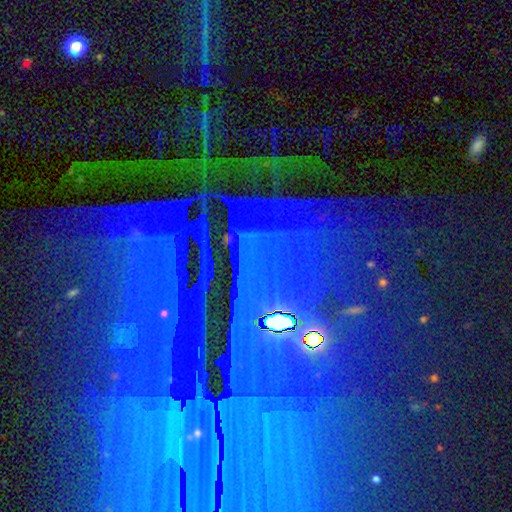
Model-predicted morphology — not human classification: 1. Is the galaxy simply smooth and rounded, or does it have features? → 84% star or artifact, 9% featured or disk, 7% smooth.